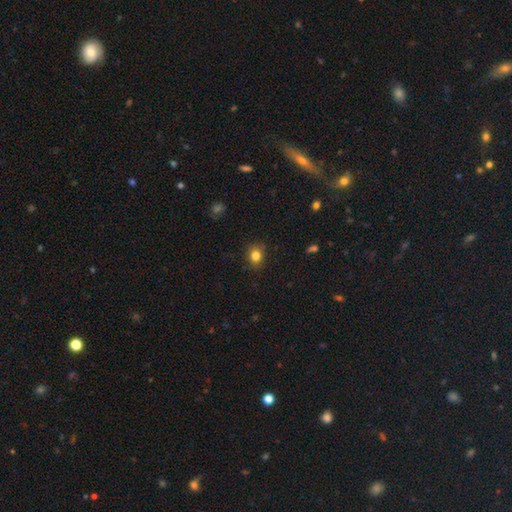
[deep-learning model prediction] Overall: smooth (82%). How rounded: round (59%; in between 40%). Merging: none (84%).